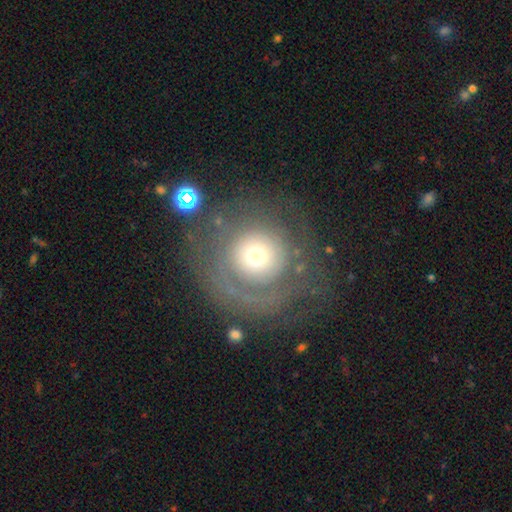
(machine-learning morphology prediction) featured or disk 46%, smooth 42%, star or artifact 12%. Down the decision tree: merging — none (58%).